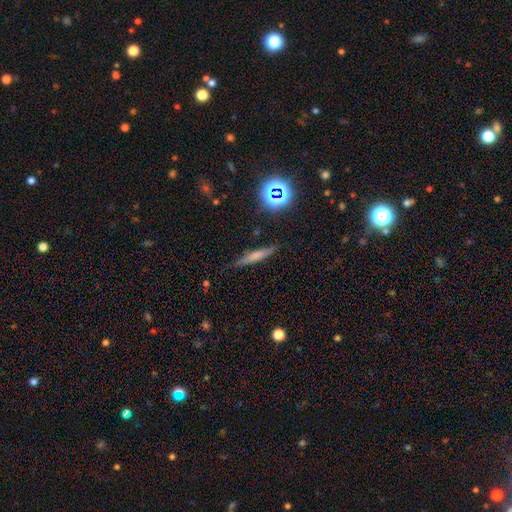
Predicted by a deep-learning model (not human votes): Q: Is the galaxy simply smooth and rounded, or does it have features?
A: smooth — 54%.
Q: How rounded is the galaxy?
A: cigar-shaped — 88%.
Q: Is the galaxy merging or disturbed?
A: none — 83%.